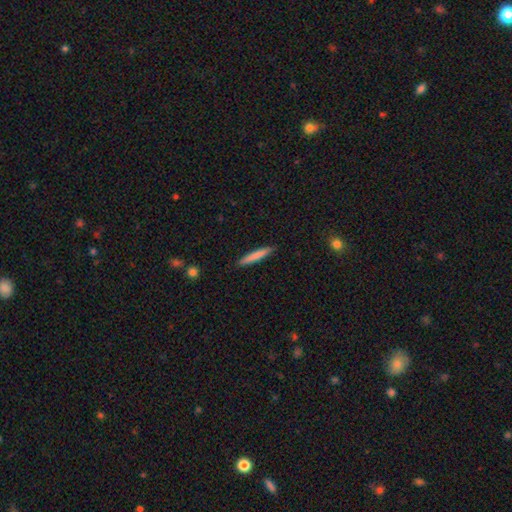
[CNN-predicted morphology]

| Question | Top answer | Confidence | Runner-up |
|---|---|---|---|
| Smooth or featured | smooth | 78% | featured or disk (17%) |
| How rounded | cigar-shaped | 94% | in between (5%) |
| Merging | none | 90% | minor disturbance (8%) |